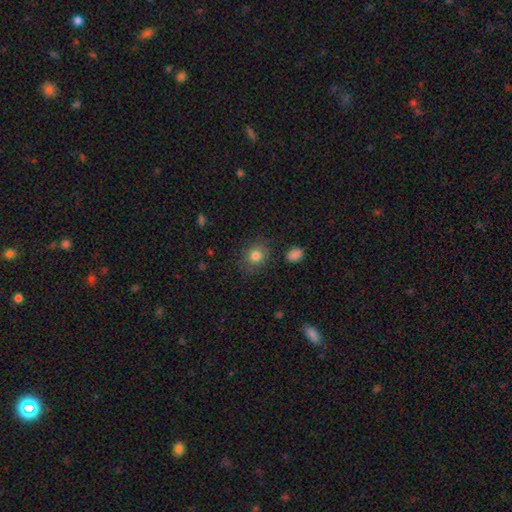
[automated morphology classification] A smooth galaxy with no disk features (81%) that is round (73%). Merging: none (84%).